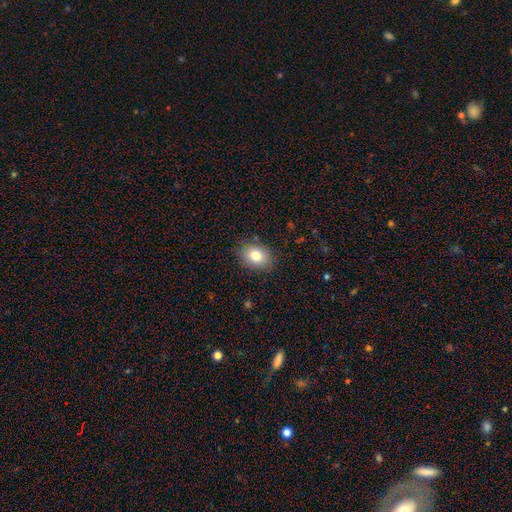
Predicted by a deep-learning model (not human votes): The model was most divided on "how rounded": in between: 65%, round: 34%, cigar-shaped: 1%. More confident: merging — none (86%); smooth or featured — smooth (80%).